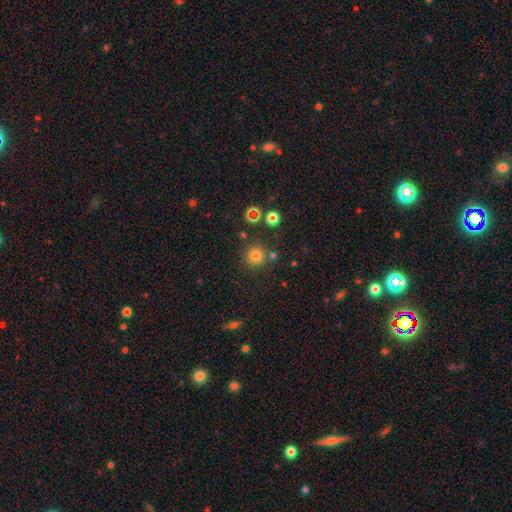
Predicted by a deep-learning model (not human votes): This appears to be a smooth galaxy with no disk features (76%) that is round (94%). Merging: none (81%).